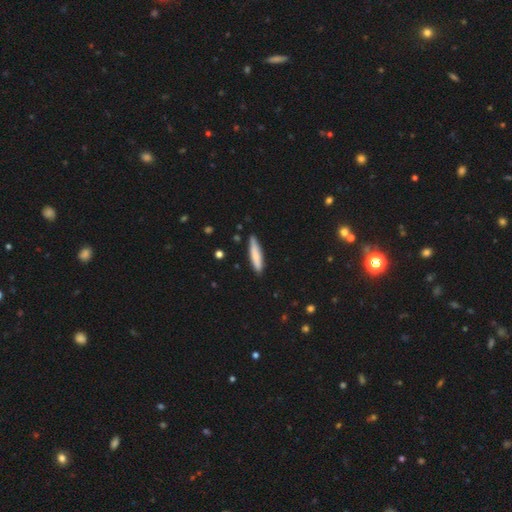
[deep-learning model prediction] Smooth or featured? smooth (77%)
How rounded? cigar-shaped (86%)
Merging? none (86%)